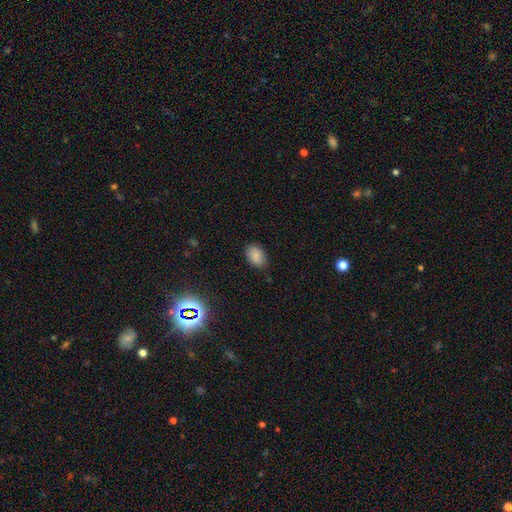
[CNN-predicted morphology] smooth 85%, star or artifact 10%, featured or disk 5%. Down the decision tree: how rounded — in between (87%); merging — none (81%).